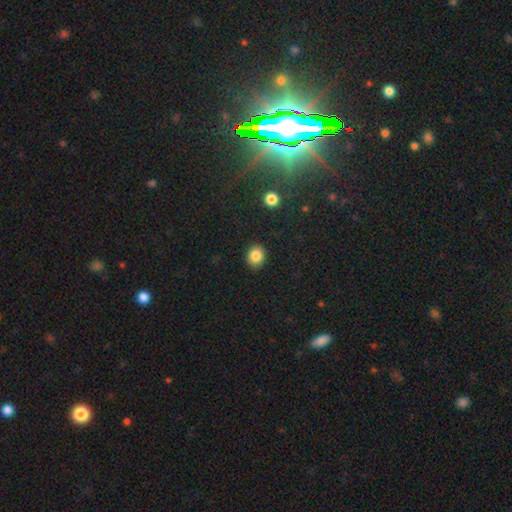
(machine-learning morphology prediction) type=smooth (85%); roundness=round (63%); merging=none (90%).